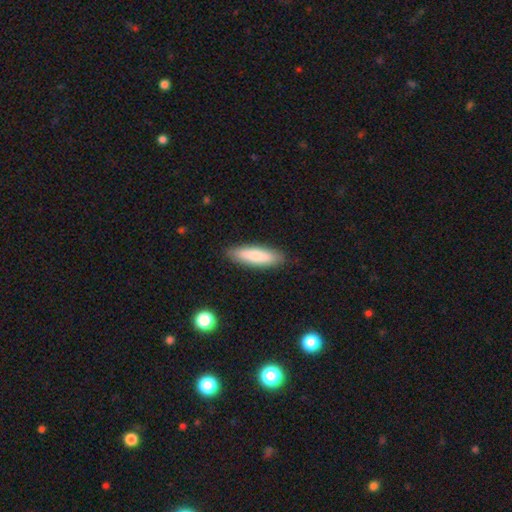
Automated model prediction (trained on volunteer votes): smooth_or_featured: smooth (p=0.79) [alt: featured or disk p=0.15]
how_rounded: cigar-shaped (p=0.56) [alt: in between p=0.43]
merging: none (p=0.87) [alt: minor disturbance p=0.10]